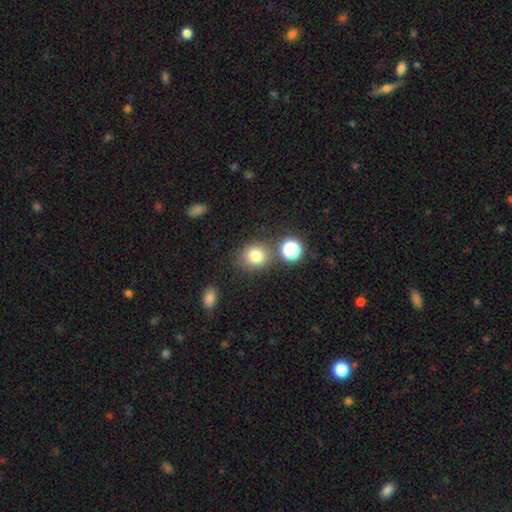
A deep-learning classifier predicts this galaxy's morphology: Smooth or featured: smooth — 79% (star or artifact — 13%)
How rounded: round — 80% (in between — 19%)
Merging: none — 76% (minor disturbance — 11%)